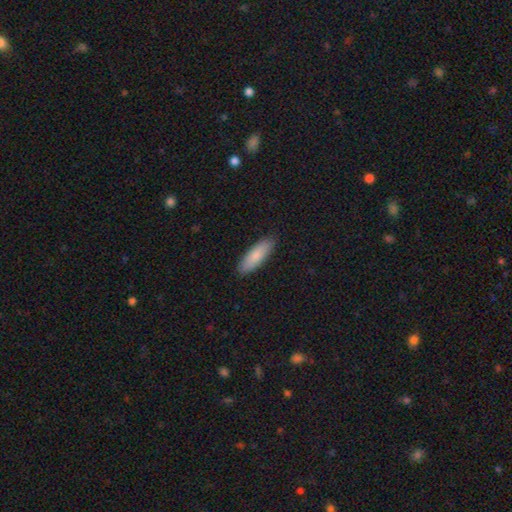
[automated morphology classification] A smooth galaxy with no disk features (85%) that is in between round and cigar-shaped (52%).

Vote fractions:
- Smooth or featured? smooth: 85% / featured or disk: 10% / star or artifact: 5%
- How rounded? in between: 52% / cigar-shaped: 46% / round: 2%
- Merging? none: 88% / minor disturbance: 9% / major disturbance: 2% / merger: 1%